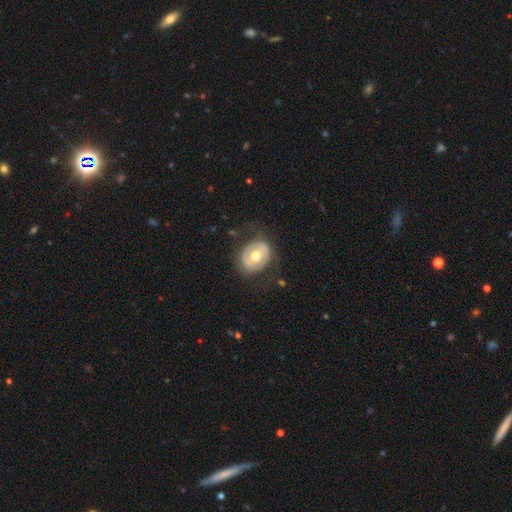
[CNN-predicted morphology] Smooth or featured: featured or disk — 52% (smooth — 42%)
Edge-on disk: no — 95% (yes — 5%)
Merging: none — 70% (minor disturbance — 17%)